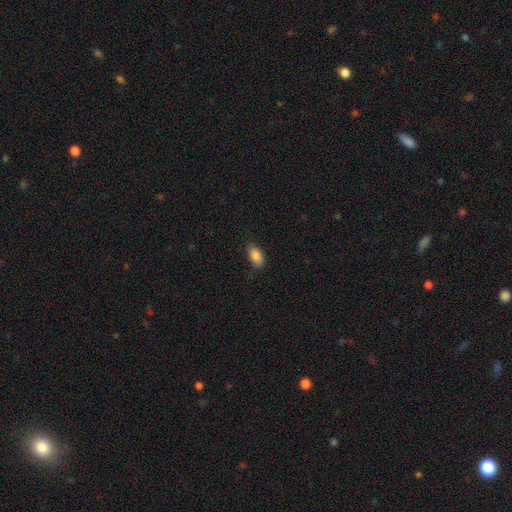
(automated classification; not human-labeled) Morphology: type=smooth (87%); roundness=in between (92%); merging=none (81%).